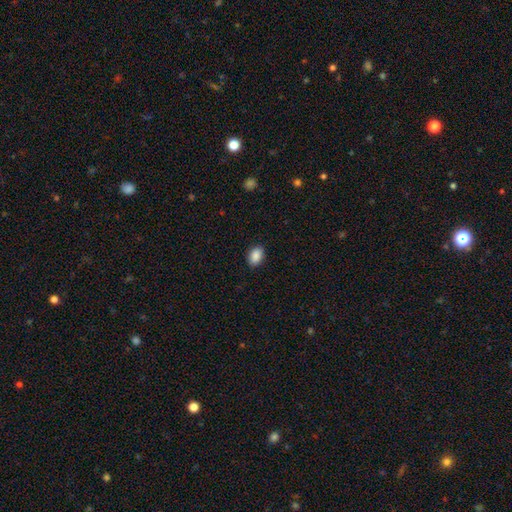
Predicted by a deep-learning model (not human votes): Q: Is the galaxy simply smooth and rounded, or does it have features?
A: smooth — 89%.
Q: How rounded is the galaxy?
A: in between — 86%.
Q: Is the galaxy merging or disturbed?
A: none — 87%.